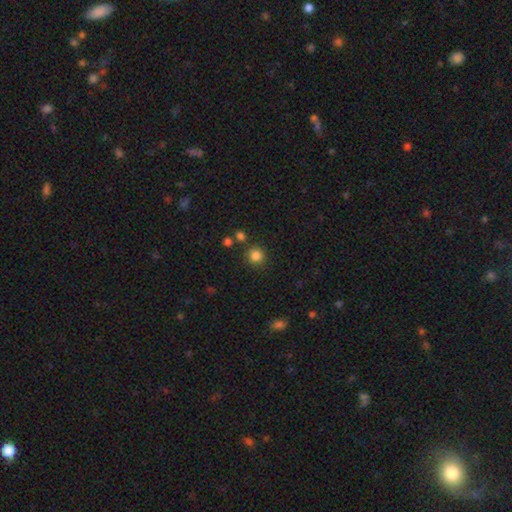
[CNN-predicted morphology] This appears to be a smooth galaxy with no disk features (84%) that is round (93%). Merging: none (85%).